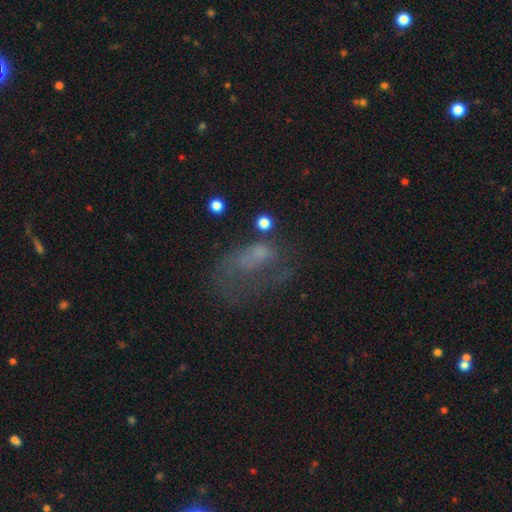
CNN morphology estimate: Smooth or featured?
  - featured or disk: 41% *
  - smooth: 40%
  - star or artifact: 20%
Merging?
  - major disturbance: 47% *
  - none: 29%
  - minor disturbance: 19%
  - merger: 6%